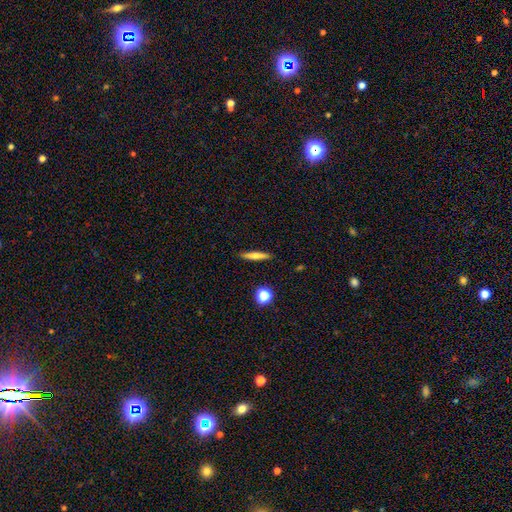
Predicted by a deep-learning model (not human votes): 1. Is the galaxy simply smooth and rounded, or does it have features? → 64% smooth, 27% featured or disk, 8% star or artifact.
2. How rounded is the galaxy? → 88% cigar-shaped, 9% in between, 3% round.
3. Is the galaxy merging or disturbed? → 89% none, 7% minor disturbance, 2% major disturbance, 2% merger.